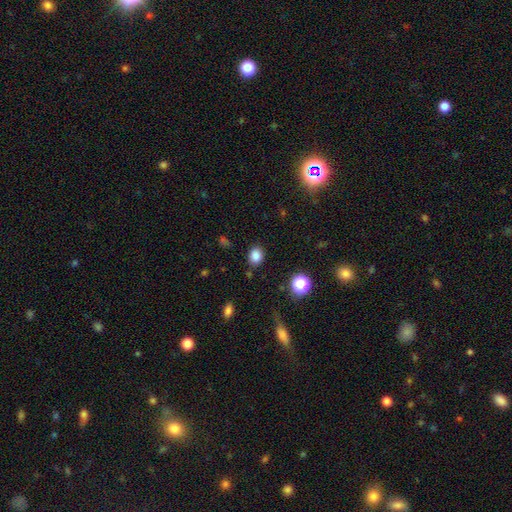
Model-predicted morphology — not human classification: Smooth or featured? Predicted: smooth (p=0.84). How rounded? Predicted: round (p=0.52). Merging? Predicted: none (p=0.84).